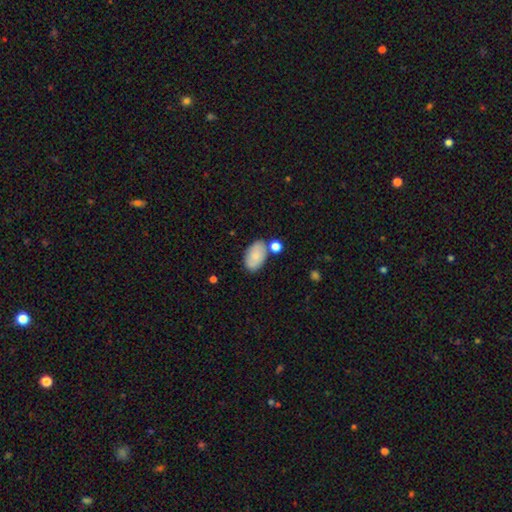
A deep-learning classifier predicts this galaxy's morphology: Smooth or featured: smooth — 80% (featured or disk — 13%)
How rounded: in between — 93% (round — 6%)
Merging: none — 68% (minor disturbance — 16%)